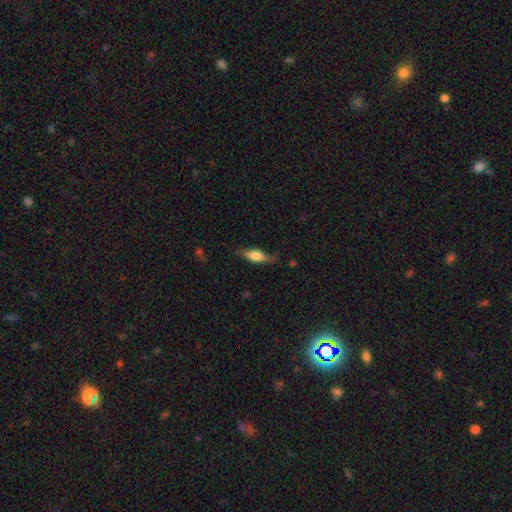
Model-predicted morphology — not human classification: type=smooth (61%); roundness=in between (67%); merging=none (66%).